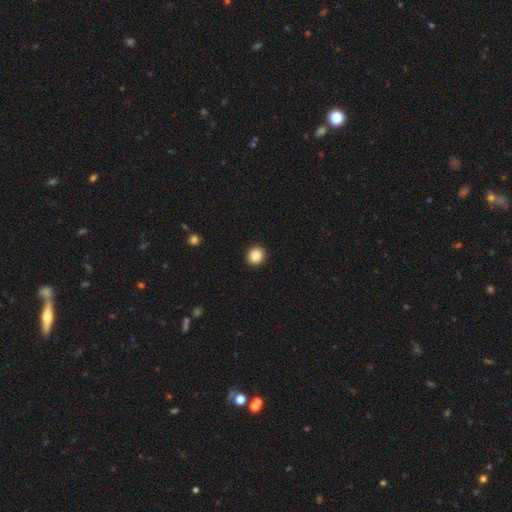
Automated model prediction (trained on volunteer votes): Smooth or featured? smooth (89%)
How rounded? round (84%)
Merging? none (92%)